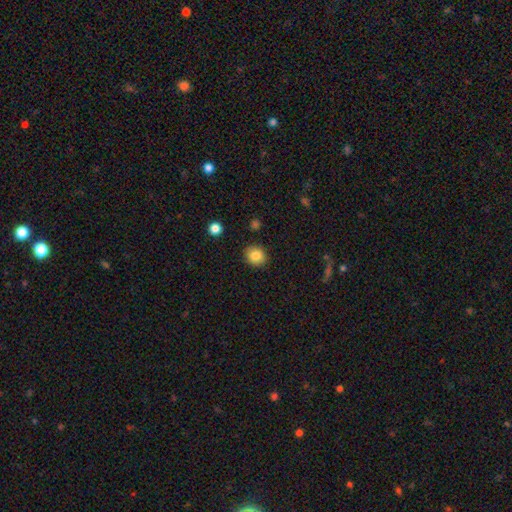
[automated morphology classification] smooth_or_featured: smooth (p=0.84) [alt: star or artifact p=0.10]
how_rounded: round (p=0.74) [alt: in between p=0.25]
merging: none (p=0.89) [alt: minor disturbance p=0.07]